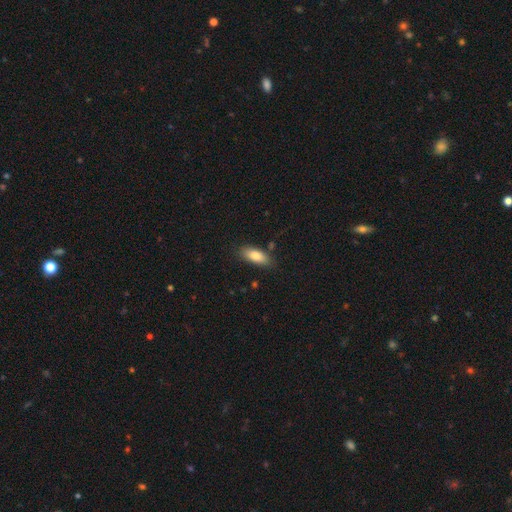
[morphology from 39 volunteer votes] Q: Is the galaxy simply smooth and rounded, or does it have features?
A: smooth — 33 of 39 (85%).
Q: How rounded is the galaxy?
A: in between — 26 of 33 (79%).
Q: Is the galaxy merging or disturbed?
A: none — 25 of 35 (71%).